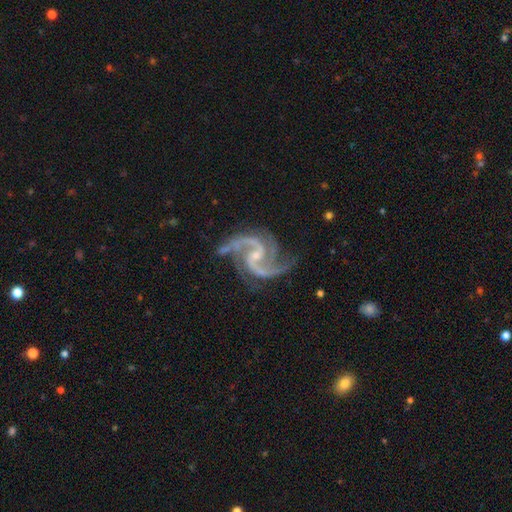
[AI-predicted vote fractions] This appears to be a featured or disk galaxy (94%) with a weak bar (45%), 2 (71%) medium (61%) spiral arms (99%) and a small central bulge (72%). Merging: none (67%).